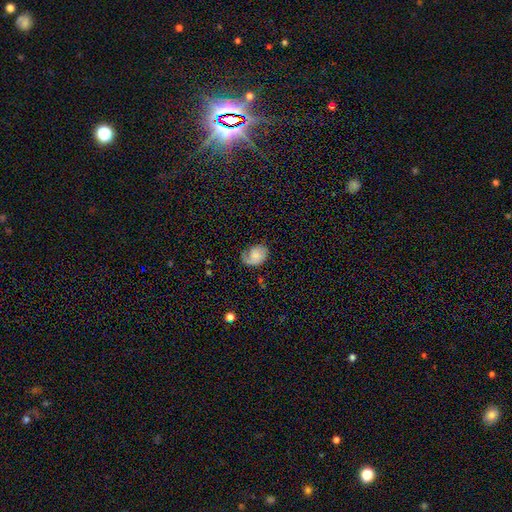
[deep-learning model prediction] Smooth or featured: featured or disk — 50% (smooth — 41%)
Edge-on disk: no — 97% (yes — 3%)
Merging: none — 53% (minor disturbance — 28%)